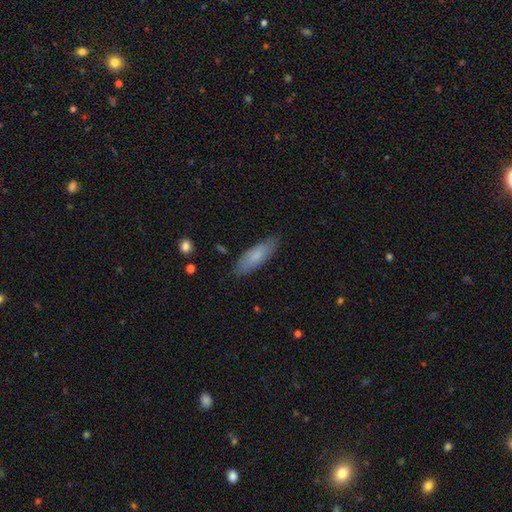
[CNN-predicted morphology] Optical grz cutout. It shows a smooth galaxy with no disk features (77%) that is in between round and cigar-shaped (54%). Merging: none (83%).